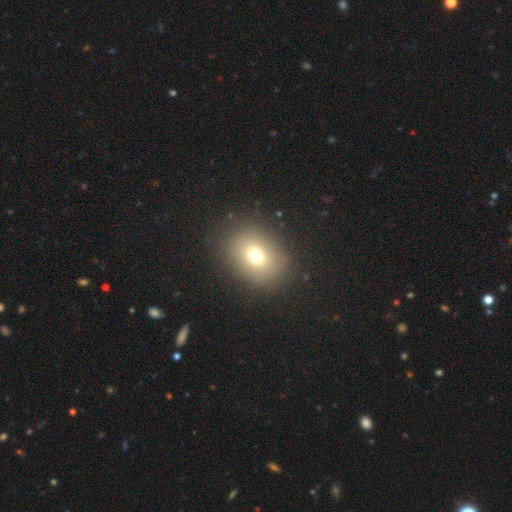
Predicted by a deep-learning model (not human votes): Morphology: type=smooth (72%); roundness=in between (54%); merging=none (85%).